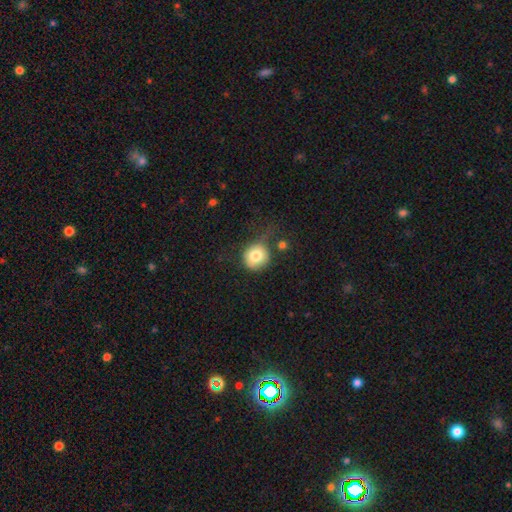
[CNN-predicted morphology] Smooth or featured?
  - smooth: 79% *
  - featured or disk: 11%
  - star or artifact: 10%
How rounded?
  - round: 88% *
  - in between: 11%
  - cigar-shaped: 1%
Merging?
  - none: 54% *
  - minor disturbance: 26%
  - major disturbance: 13%
  - merger: 7%